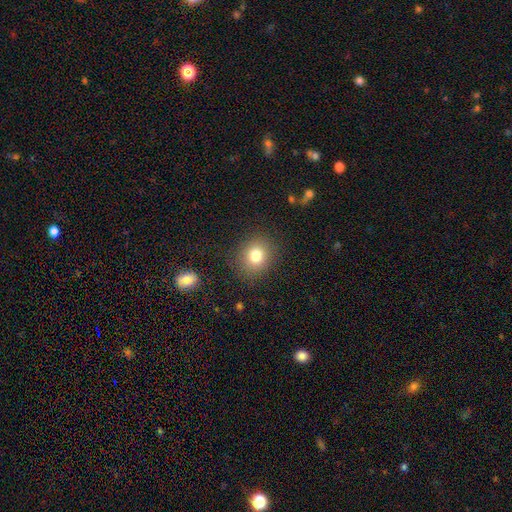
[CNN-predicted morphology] A smooth galaxy with no disk features (79%) that is round (74%). Merging: none (86%).